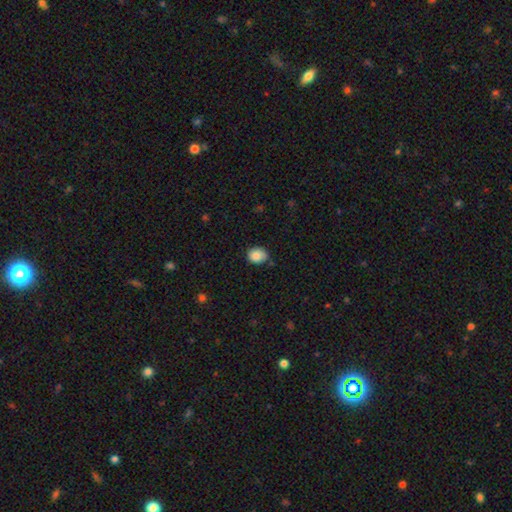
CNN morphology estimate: smooth 85%, star or artifact 9%, featured or disk 7%. Down the decision tree: how rounded — round (58%); merging — none (67%).